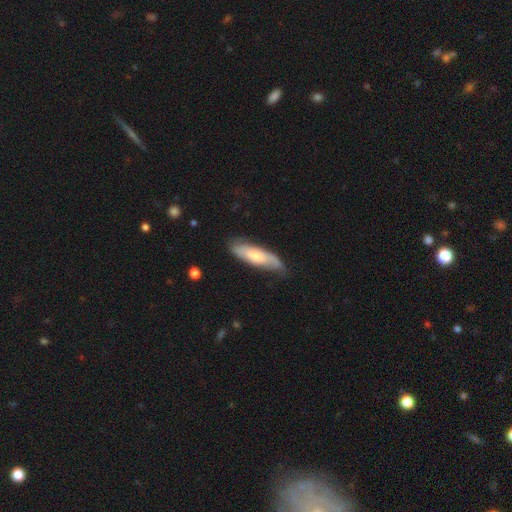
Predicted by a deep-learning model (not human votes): This is possibly a smooth galaxy (51%). How rounded: possibly cigar-shaped (52%). Merging: likely none (71%).